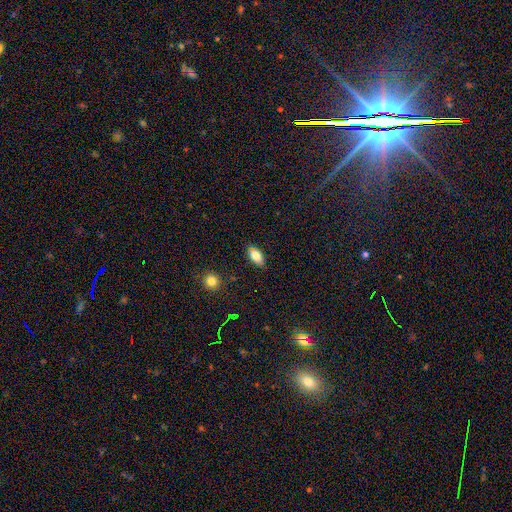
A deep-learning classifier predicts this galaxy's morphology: The model was most divided on "smooth or featured": smooth: 83%, featured or disk: 10%, star or artifact: 8%. More confident: how rounded — in between (90%); merging — none (87%).